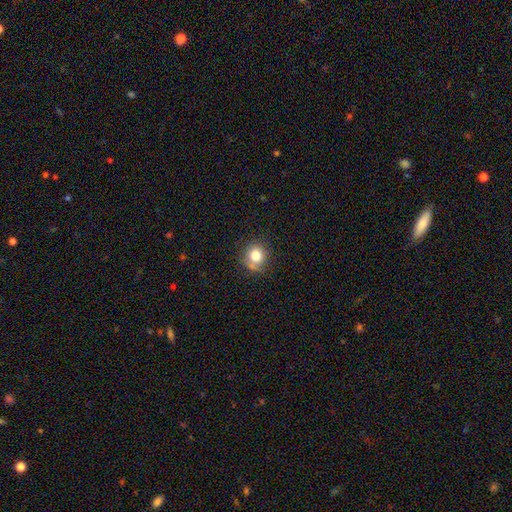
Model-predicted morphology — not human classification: The model was most divided on "merging": none: 75%, minor disturbance: 17%, major disturbance: 5%, merger: 4%. More confident: how rounded — round (86%); smooth or featured — smooth (78%).